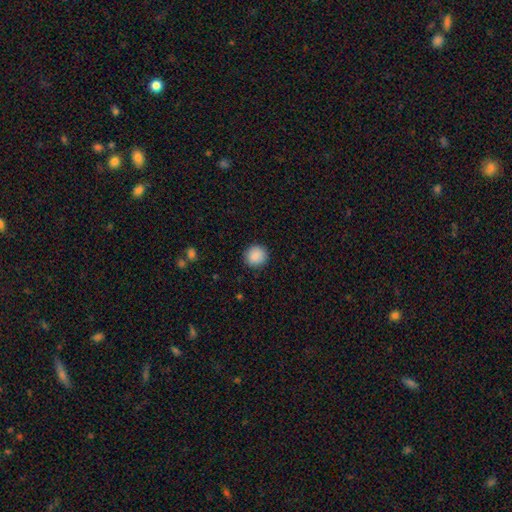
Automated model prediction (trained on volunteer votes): Morphology: type=smooth (89%); roundness=round (92%); merging=none (91%).